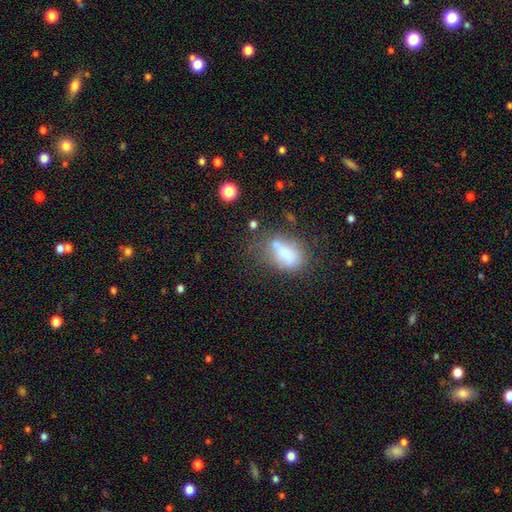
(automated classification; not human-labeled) Morphology: type=smooth (66%); roundness=in between (82%); merging=none (61%).